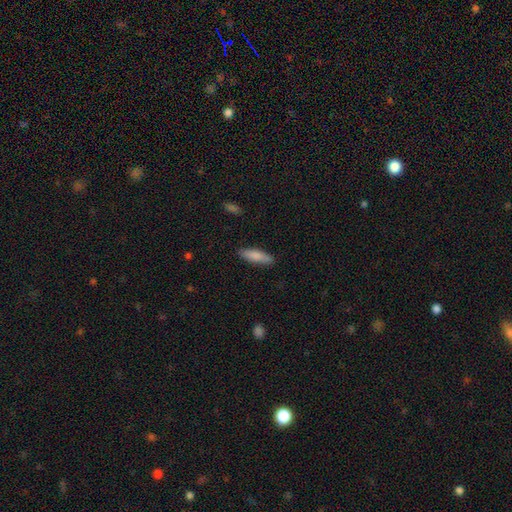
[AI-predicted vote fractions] This appears to be a smooth galaxy with no disk features (84%) that is cigar-shaped (61%). Merging: none (88%).